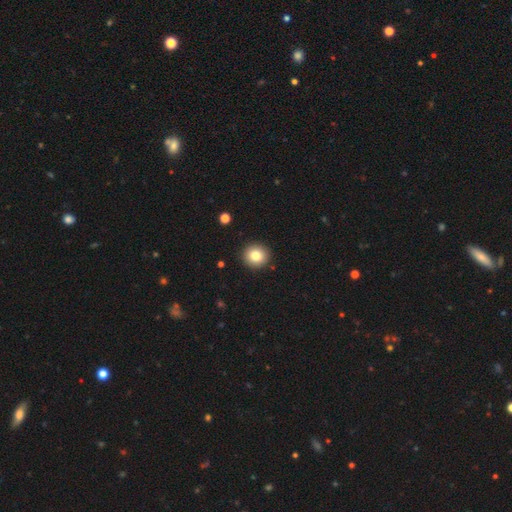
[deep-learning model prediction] Smooth or featured: smooth — 81% (star or artifact — 10%)
How rounded: round — 92% (in between — 7%)
Merging: none — 92% (minor disturbance — 5%)